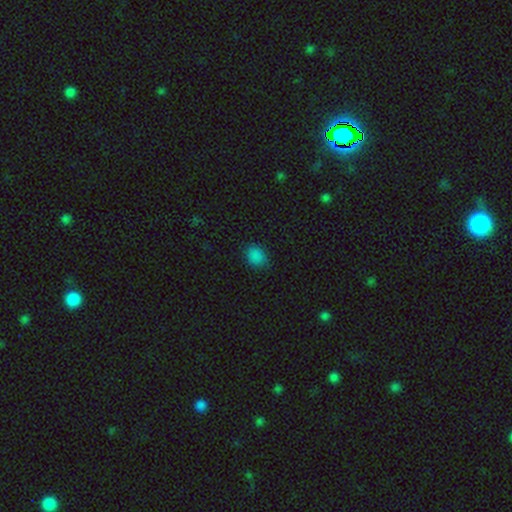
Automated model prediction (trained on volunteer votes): smooth_or_featured: smooth (p=0.84) [alt: star or artifact p=0.13]
how_rounded: in between (p=0.51) [alt: round p=0.48]
merging: none (p=0.82) [alt: minor disturbance p=0.14]